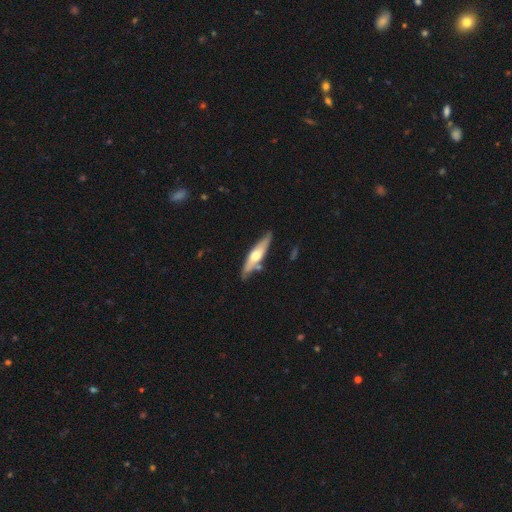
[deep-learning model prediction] Smooth or featured?
  - featured or disk: 52% *
  - smooth: 43%
  - star or artifact: 5%
Edge-on disk?
  - yes: 84% *
  - no: 16%
Merging?
  - none: 75% *
  - minor disturbance: 15%
  - merger: 7%
  - major disturbance: 3%